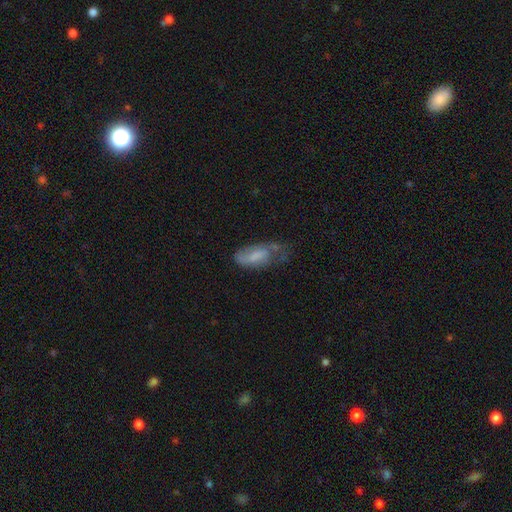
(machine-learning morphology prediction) Smooth or featured?
  - smooth: 55% *
  - featured or disk: 37%
  - star or artifact: 8%
How rounded?
  - in between: 82% *
  - cigar-shaped: 15%
  - round: 3%
Merging?
  - minor disturbance: 34% *
  - none: 32%
  - major disturbance: 29%
  - merger: 4%